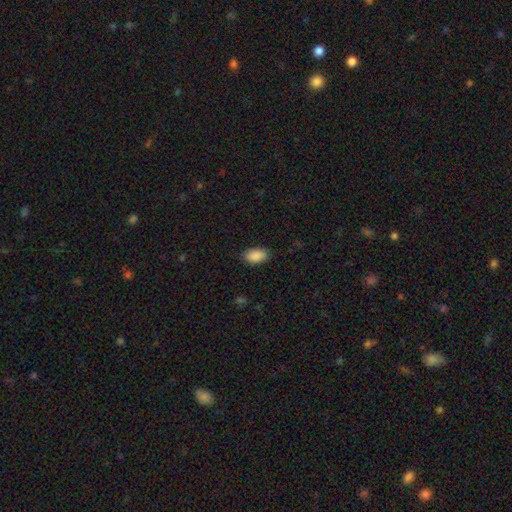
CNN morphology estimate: This is clearly a smooth galaxy (90%). How rounded: clearly in between (93%). Merging: clearly none (85%).